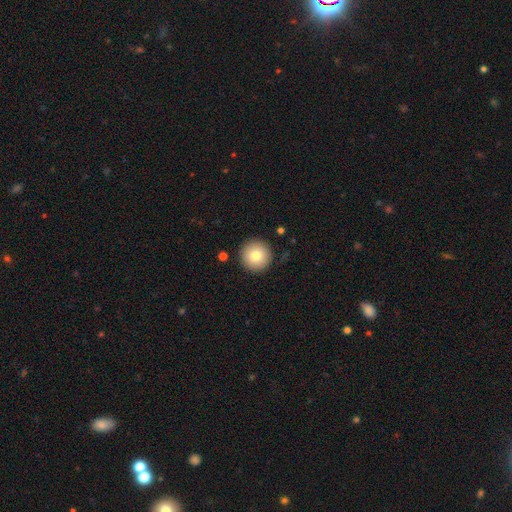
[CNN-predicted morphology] The model was most divided on "smooth or featured": smooth: 80%, featured or disk: 12%, star or artifact: 9%. More confident: how rounded — round (97%); merging — none (91%).